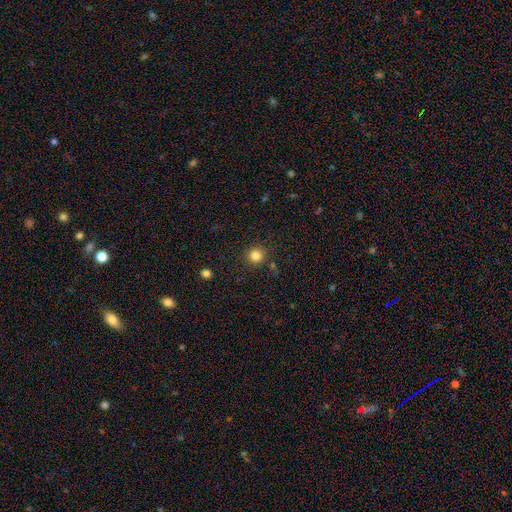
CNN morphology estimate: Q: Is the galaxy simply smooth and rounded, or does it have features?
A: smooth — 83%.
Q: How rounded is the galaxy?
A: round — 92%.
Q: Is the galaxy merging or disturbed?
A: none — 87%.